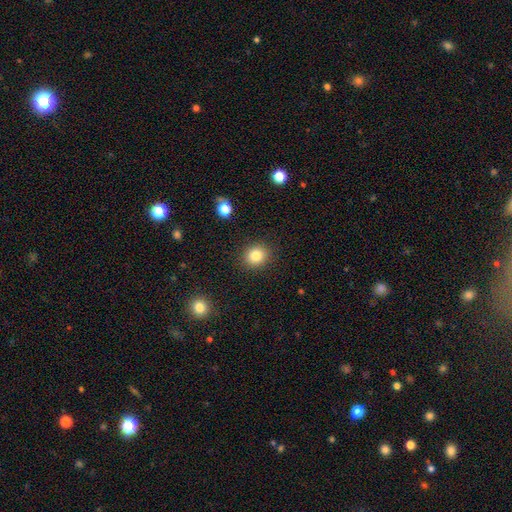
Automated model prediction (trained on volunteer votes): The model was most divided on "how rounded": round: 80%, in between: 19%, cigar-shaped: 1%. More confident: merging — none (89%); smooth or featured — smooth (83%).